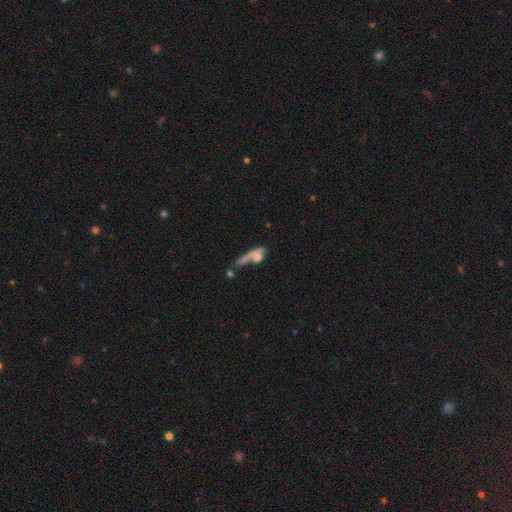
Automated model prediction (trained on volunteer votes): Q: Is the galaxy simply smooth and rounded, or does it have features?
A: smooth — 53%.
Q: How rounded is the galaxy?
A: cigar-shaped — 48%.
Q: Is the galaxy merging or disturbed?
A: merger — 37%.